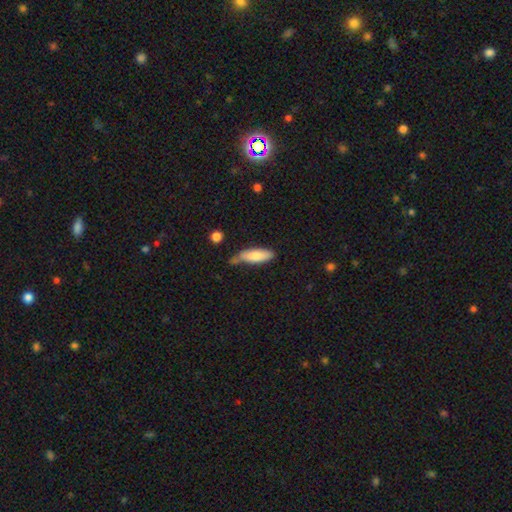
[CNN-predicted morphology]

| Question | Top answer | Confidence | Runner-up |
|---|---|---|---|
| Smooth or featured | smooth | 77% | featured or disk (17%) |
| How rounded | in between | 52% | cigar-shaped (46%) |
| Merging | none | 53% | minor disturbance (30%) |